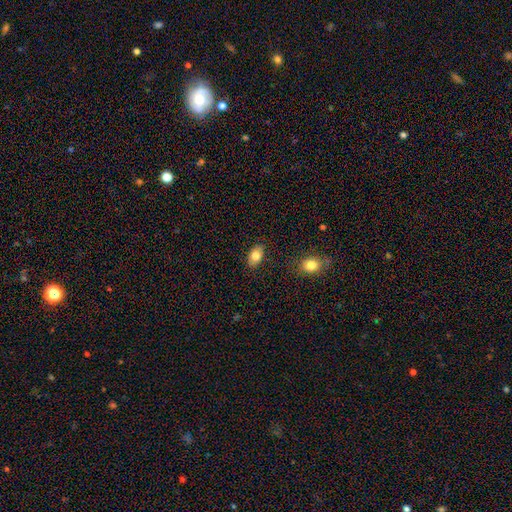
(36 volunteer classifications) This appears to be a smooth galaxy with no disk features (86%) that is in between round and cigar-shaped (90%). Merging: none (80%).